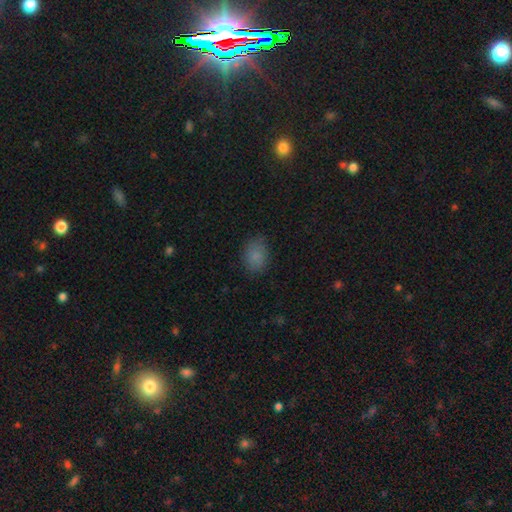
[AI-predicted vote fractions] Overall: smooth (84%). How rounded: in between (72%). Merging: none (78%).